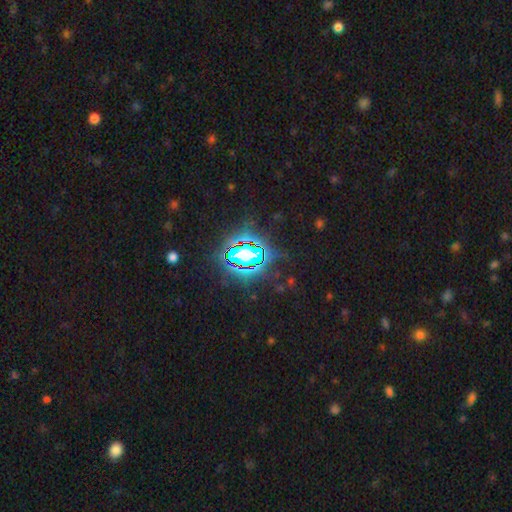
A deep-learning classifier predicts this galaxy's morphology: type=star or artifact (81%).